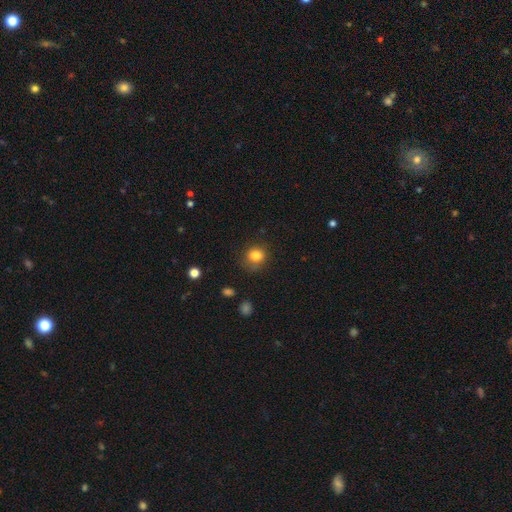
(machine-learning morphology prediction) A smooth galaxy with no disk features (83%) that is round (76%). Merging: none (73%).